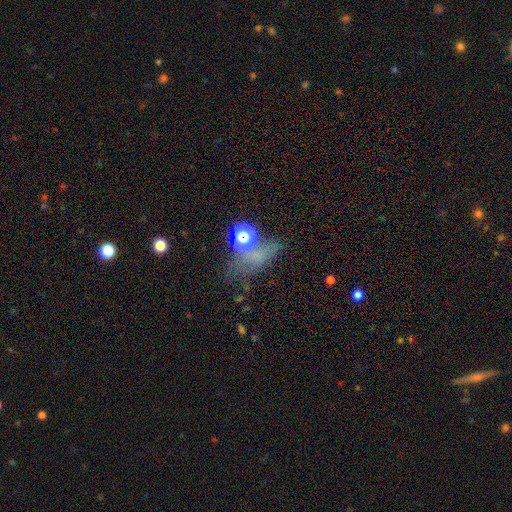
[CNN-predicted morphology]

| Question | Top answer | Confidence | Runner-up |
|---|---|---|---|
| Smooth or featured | smooth | 42% | star or artifact (38%) |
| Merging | none | 42% | major disturbance (26%) |